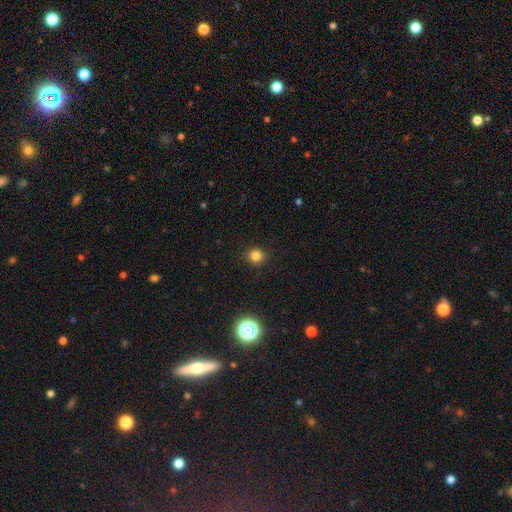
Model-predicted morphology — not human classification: smooth_or_featured: smooth (p=0.81) [alt: star or artifact p=0.15]
how_rounded: round (p=0.89) [alt: in between p=0.10]
merging: none (p=0.90) [alt: minor disturbance p=0.07]